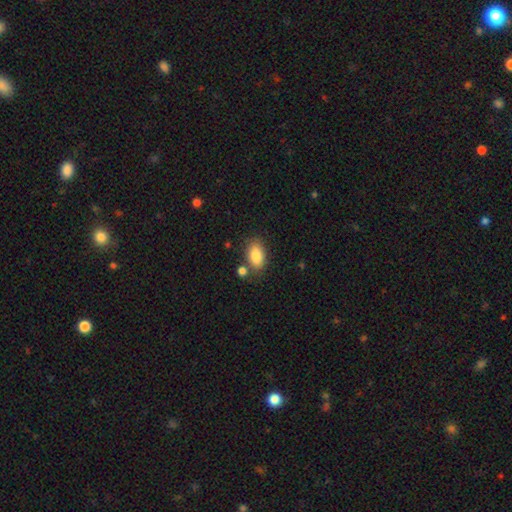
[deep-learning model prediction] This appears to be a smooth galaxy with no disk features (86%) that is in between round and cigar-shaped (91%). Merging: none (72%).